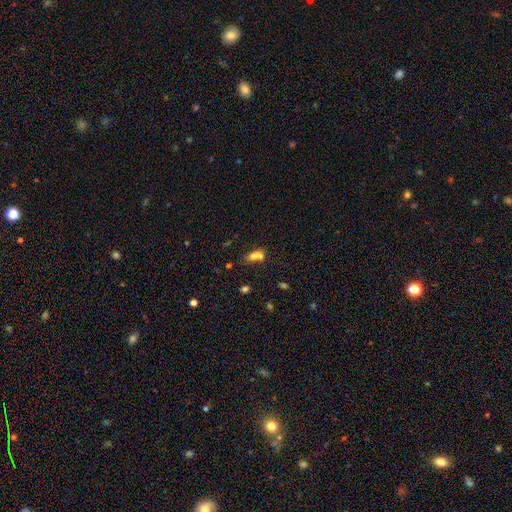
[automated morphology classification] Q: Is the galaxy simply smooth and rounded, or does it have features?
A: smooth — 69%.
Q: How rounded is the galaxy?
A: in between — 72%.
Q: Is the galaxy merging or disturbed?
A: merger — 50%.